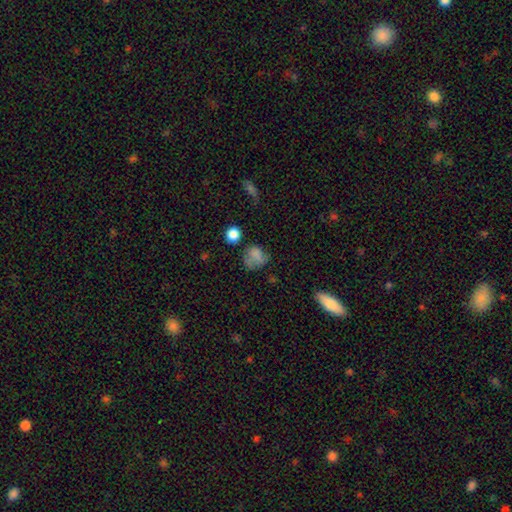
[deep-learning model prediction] A smooth galaxy with no disk features (71%) that is round (61%).

Vote fractions:
- Smooth or featured? smooth: 71% / featured or disk: 15% / star or artifact: 14%
- How rounded? round: 61% / in between: 38% / cigar-shaped: 1%
- Merging? none: 44% / minor disturbance: 28% / major disturbance: 22% / merger: 6%